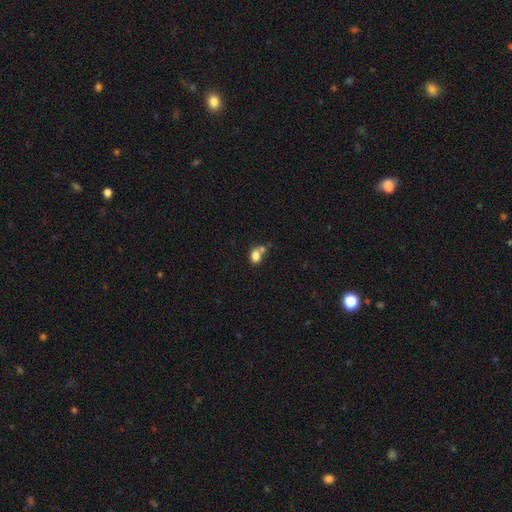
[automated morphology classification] This is likely a smooth galaxy (80%). How rounded: likely in between (66%). Merging: marginally merger (41%).